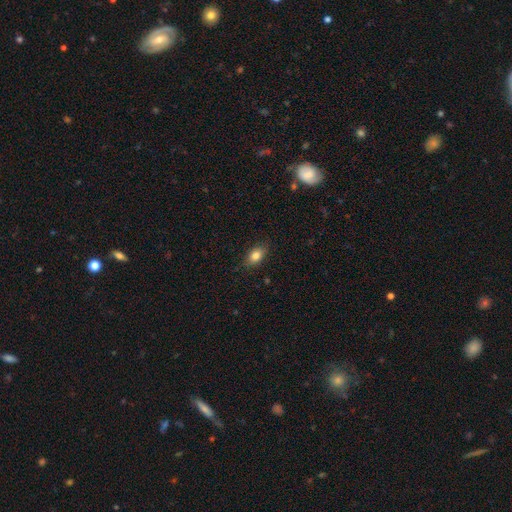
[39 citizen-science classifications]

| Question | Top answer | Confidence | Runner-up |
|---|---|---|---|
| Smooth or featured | smooth | 74% | featured or disk (15%) |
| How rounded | in between | 86% | round (14%) |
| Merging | none | 94% | minor disturbance (6%) |